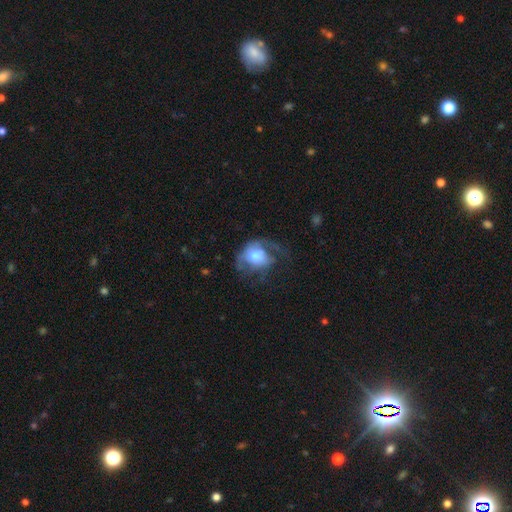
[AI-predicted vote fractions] Overall: smooth (52%; featured or disk 40%). How rounded: round (53%; in between 46%). Merging: major disturbance (50%; none 26%).